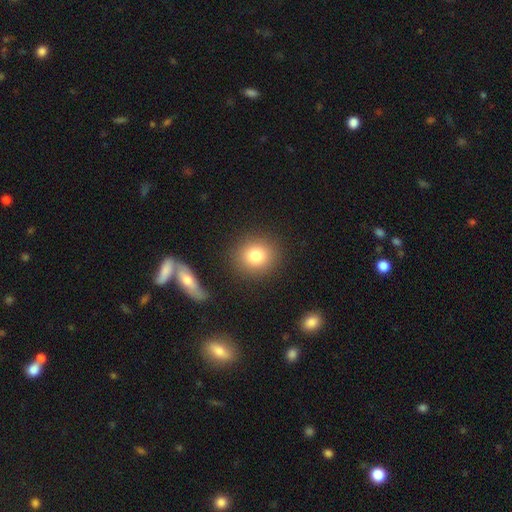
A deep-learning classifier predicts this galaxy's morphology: This appears to be a smooth galaxy with no disk features (80%) that is round (84%). Merging: none (87%).